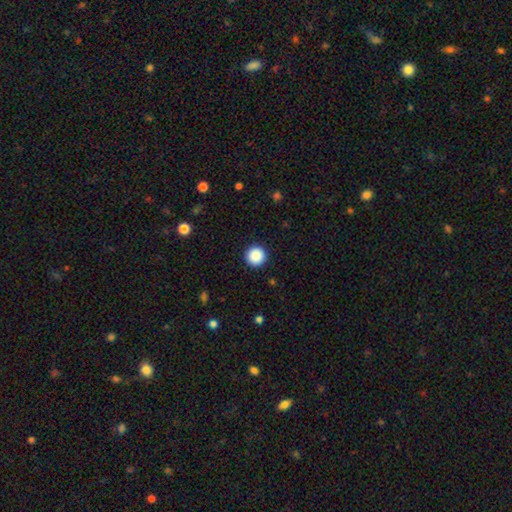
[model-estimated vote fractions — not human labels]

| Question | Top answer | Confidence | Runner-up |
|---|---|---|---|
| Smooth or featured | smooth | 89% | star or artifact (9%) |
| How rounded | round | 97% | in between (2%) |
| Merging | none | 93% | minor disturbance (4%) |